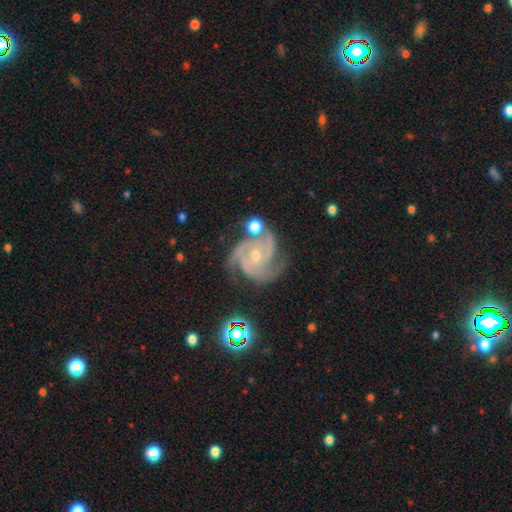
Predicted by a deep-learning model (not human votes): Overall: featured or disk (90%). Edge-on disk: no (98%). Bar: no (70%). Spiral arms: yes (99%). Spiral arm count: 3 (65%). Spiral winding: tight (53%; medium 42%). Bulge size: small (60%; moderate 37%). Merging: none (61%; minor disturbance 23%).